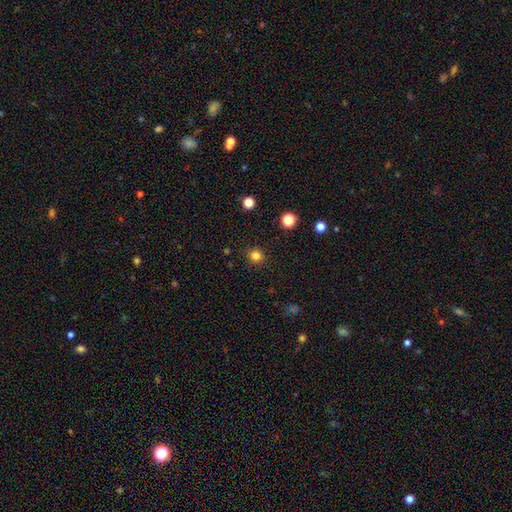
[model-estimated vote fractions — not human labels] Smooth or featured? Predicted: smooth (p=0.82). How rounded? Predicted: round (p=0.89). Merging? Predicted: none (p=0.90).